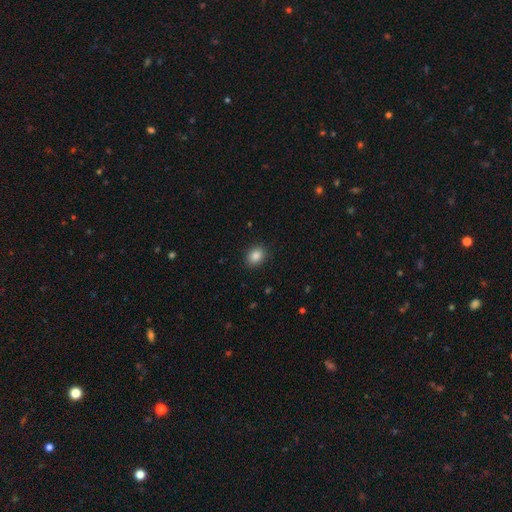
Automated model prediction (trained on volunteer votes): smooth_or_featured: smooth (p=0.87) [alt: star or artifact p=0.09]
how_rounded: in between (p=0.58) [alt: round p=0.41]
merging: none (p=0.89) [alt: minor disturbance p=0.08]